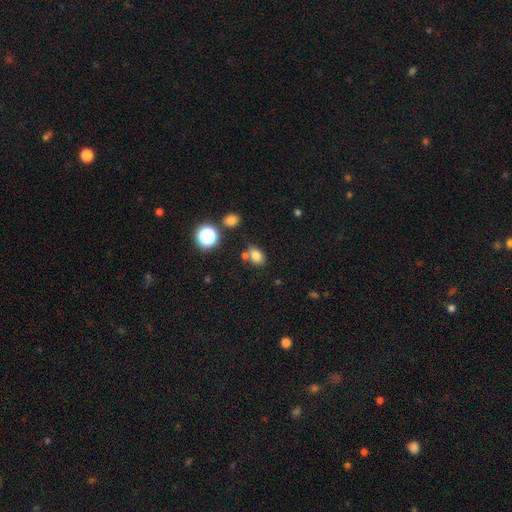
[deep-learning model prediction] Morphology: type=smooth (79%); roundness=in between (68%); merging=none (67%).